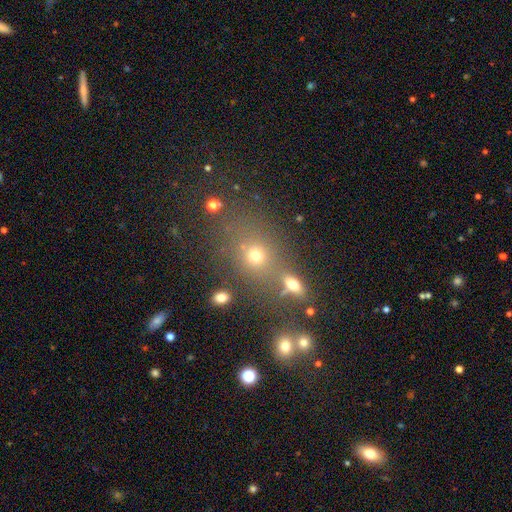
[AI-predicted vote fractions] This appears to be a smooth galaxy with no disk features (62%) that is round (59%). Merging: none (57%).